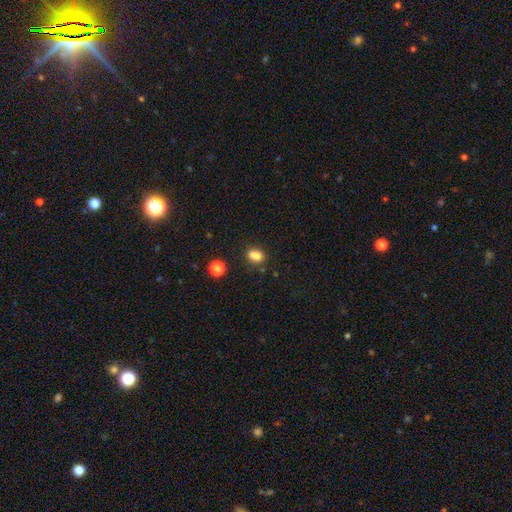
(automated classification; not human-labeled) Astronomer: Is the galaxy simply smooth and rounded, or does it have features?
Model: smooth — 78%.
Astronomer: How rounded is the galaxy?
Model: in between — 59% (runner-up: round, 39%).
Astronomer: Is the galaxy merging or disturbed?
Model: none — 51% (runner-up: merger, 27%).